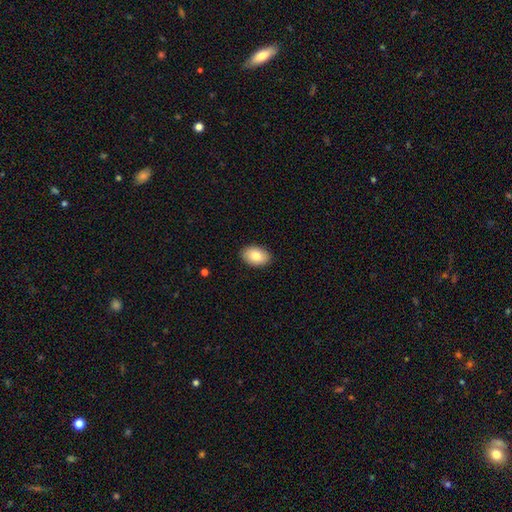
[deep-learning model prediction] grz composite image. It shows a smooth galaxy with no disk features (85%) that is in between round and cigar-shaped (89%). Merging: none (90%).